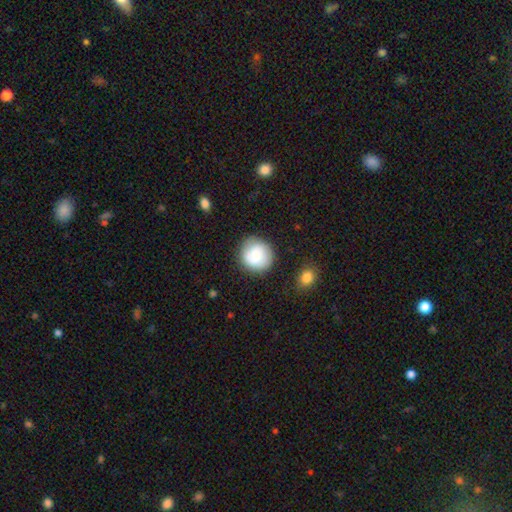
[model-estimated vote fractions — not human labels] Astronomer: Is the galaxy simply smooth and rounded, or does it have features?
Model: smooth — 76%.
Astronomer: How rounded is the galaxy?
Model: round — 91%.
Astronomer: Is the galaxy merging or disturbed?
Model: none — 80%.